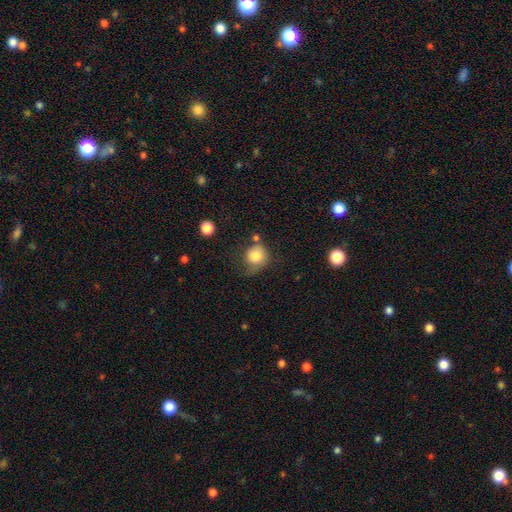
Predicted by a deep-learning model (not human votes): The model was most divided on "merging": none: 52%, minor disturbance: 27%, major disturbance: 12%, merger: 8%. More confident: how rounded — round (83%); smooth or featured — smooth (80%).